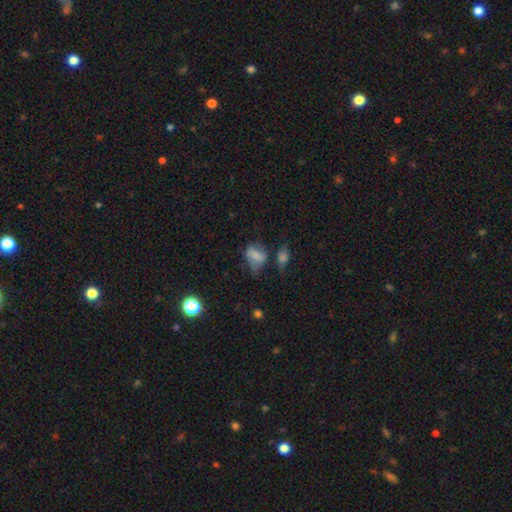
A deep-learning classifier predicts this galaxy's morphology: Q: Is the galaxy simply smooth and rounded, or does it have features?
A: smooth — 63%.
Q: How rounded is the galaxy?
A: in between — 75%.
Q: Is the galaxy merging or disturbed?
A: none — 32%.